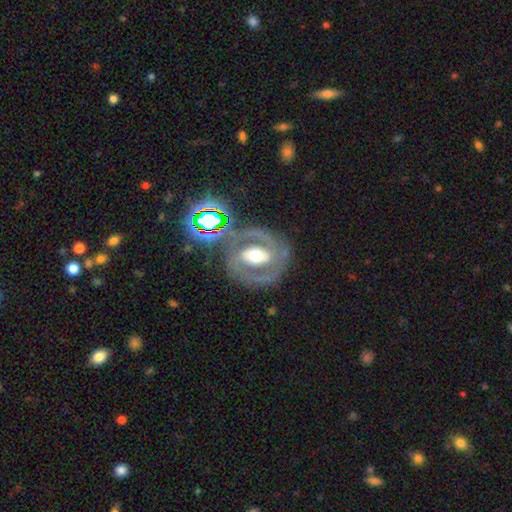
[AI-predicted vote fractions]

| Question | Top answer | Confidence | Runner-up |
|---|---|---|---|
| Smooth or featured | featured or disk | 78% | smooth (14%) |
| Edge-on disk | no | 96% | yes (4%) |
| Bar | strong | 43% | weak (30%) |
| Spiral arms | yes | 72% | no (28%) |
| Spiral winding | medium | 45% | tight (42%) |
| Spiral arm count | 2 | 84% | can't tell (8%) |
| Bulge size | moderate | 68% | large (20%) |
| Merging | none | 73% | minor disturbance (13%) |